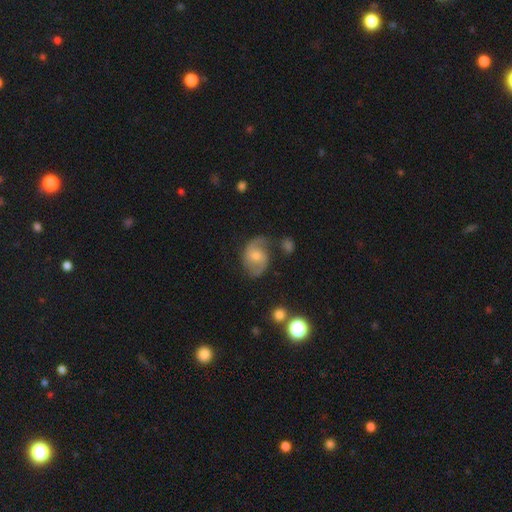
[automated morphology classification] Smooth or featured: featured or disk — 71% (smooth — 23%)
Edge-on disk: no — 97% (yes — 3%)
Bar: no — 59% (weak — 35%)
Spiral arms: yes — 91% (no — 9%)
Spiral winding: medium — 46% (loose — 38%)
Spiral arm count: 2 — 86% (can't tell — 6%)
Bulge size: moderate — 52% (small — 39%)
Merging: none — 60% (minor disturbance — 23%)